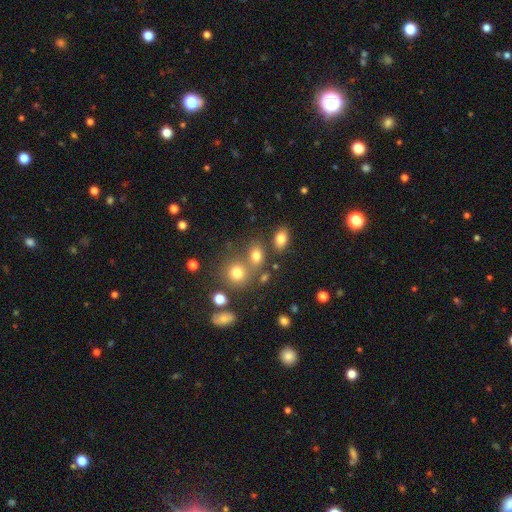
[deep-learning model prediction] This appears to be a smooth galaxy with no disk features (75%) that is in between round and cigar-shaped (58%). Merging: none (59%).